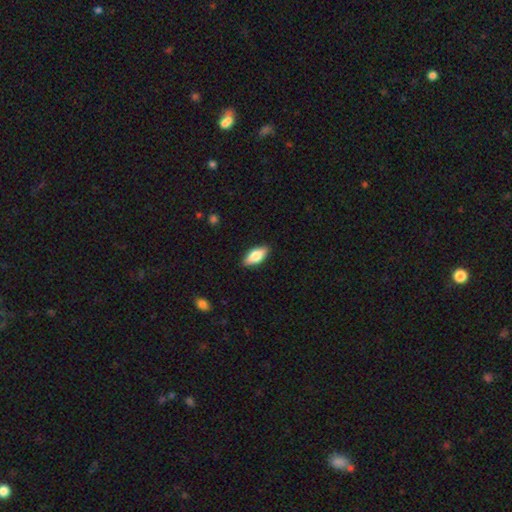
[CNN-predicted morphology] Smooth or featured? Predicted: smooth (p=0.73). How rounded? Predicted: in between (p=0.84). Merging? Predicted: none (p=0.88).